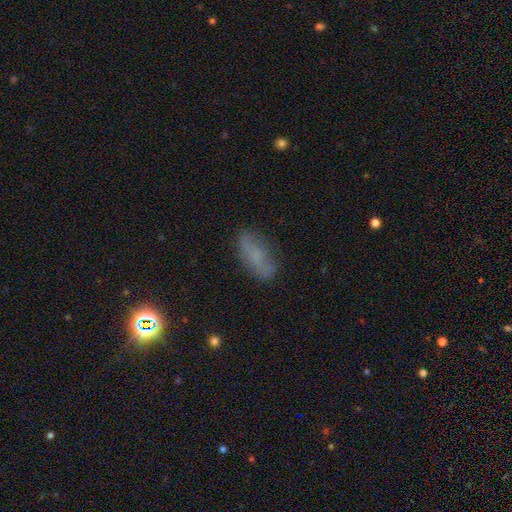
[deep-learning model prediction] smooth_or_featured: smooth (p=0.62) [alt: featured or disk p=0.24]
how_rounded: in between (p=0.80) [alt: cigar-shaped p=0.16]
merging: none (p=0.75) [alt: minor disturbance p=0.18]